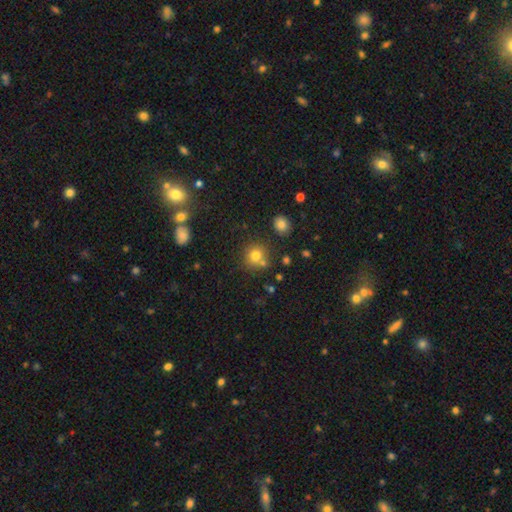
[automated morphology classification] type=smooth (76%); roundness=round (88%); merging=none (69%).